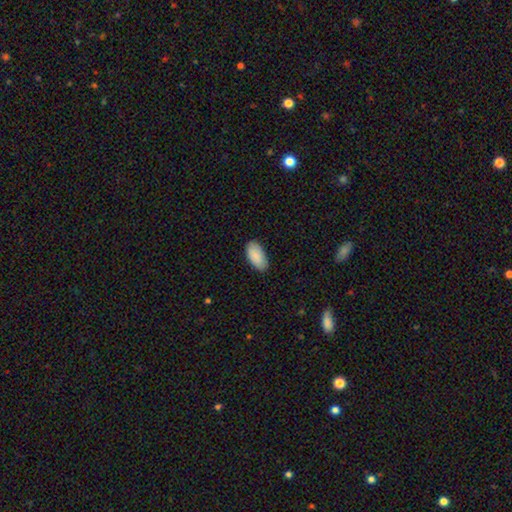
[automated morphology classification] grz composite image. It shows a smooth galaxy with no disk features (89%) that is in between round and cigar-shaped (95%). Merging: none (84%).